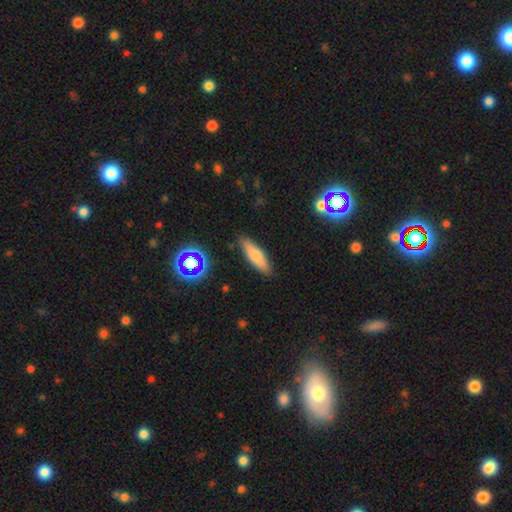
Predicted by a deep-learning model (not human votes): Smooth or featured? smooth (71%)
How rounded? cigar-shaped (58%)
Merging? none (86%)